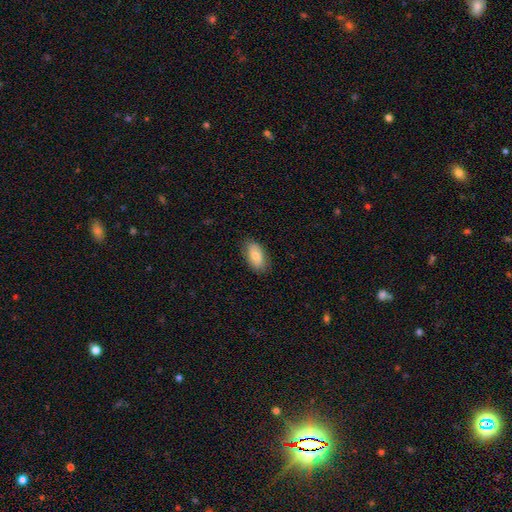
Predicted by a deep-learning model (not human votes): This is clearly a smooth galaxy (81%). How rounded: clearly in between (93%). Merging: clearly none (83%).